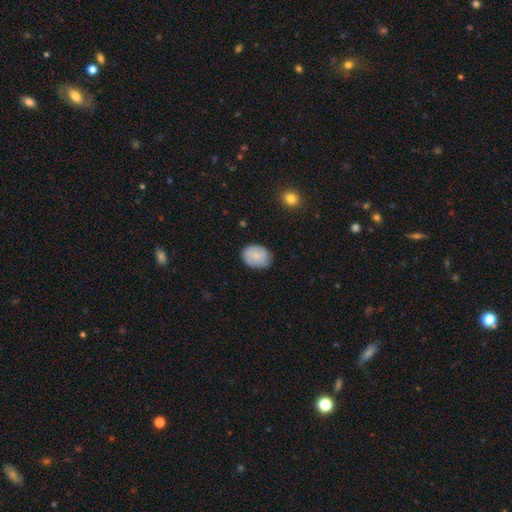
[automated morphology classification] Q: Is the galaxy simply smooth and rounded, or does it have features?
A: smooth — 71%.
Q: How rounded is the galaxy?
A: in between — 60%.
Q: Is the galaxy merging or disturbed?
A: none — 79%.